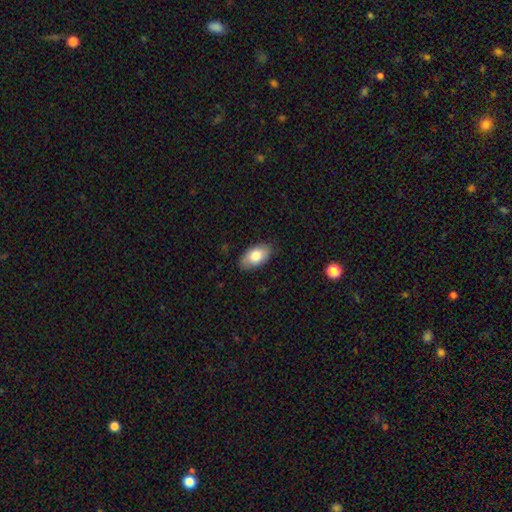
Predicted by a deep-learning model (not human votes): Smooth or featured? smooth (80%)
How rounded? in between (94%)
Merging? none (85%)